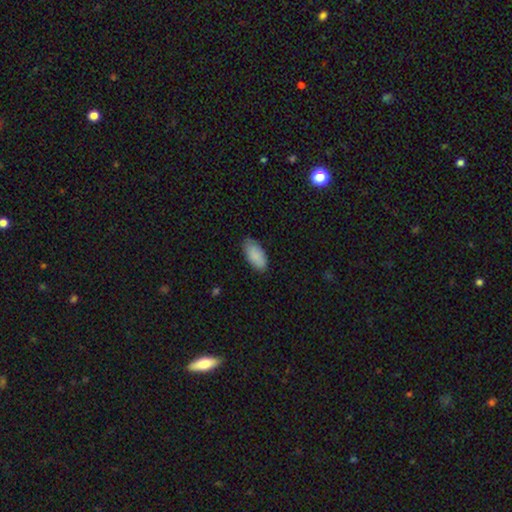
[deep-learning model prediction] smooth-or-featured: smooth: 88% | featured or disk: 6% | star or artifact: 6%
  how-rounded: in between: 93% | cigar-shaped: 5% | round: 2%
  merging: none: 81% | minor disturbance: 16% | major disturbance: 3% | merger: 1%